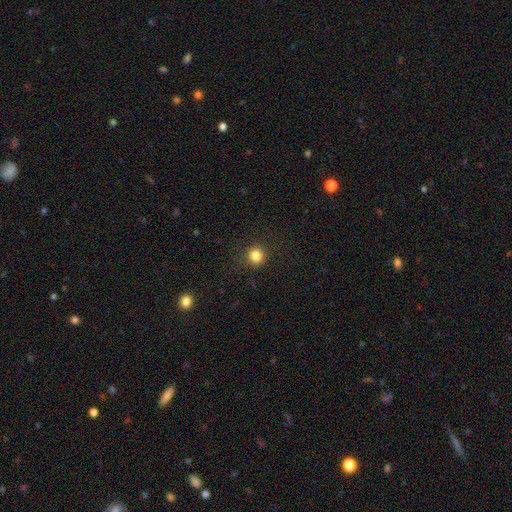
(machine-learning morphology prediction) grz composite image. It shows a smooth galaxy with no disk features (83%) that is round (92%). Merging: none (90%).